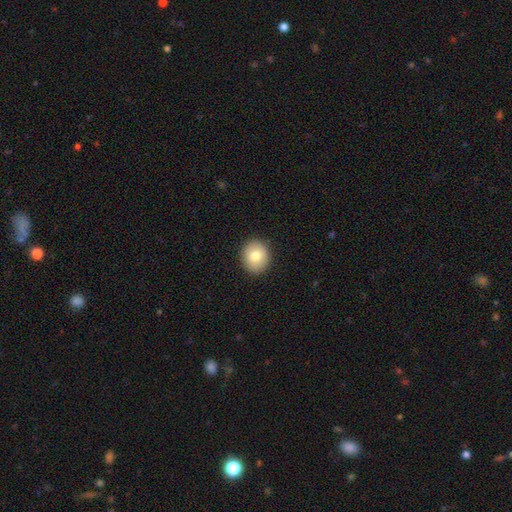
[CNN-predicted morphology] Overall: smooth (78%). How rounded: round (74%). Merging: none (90%).